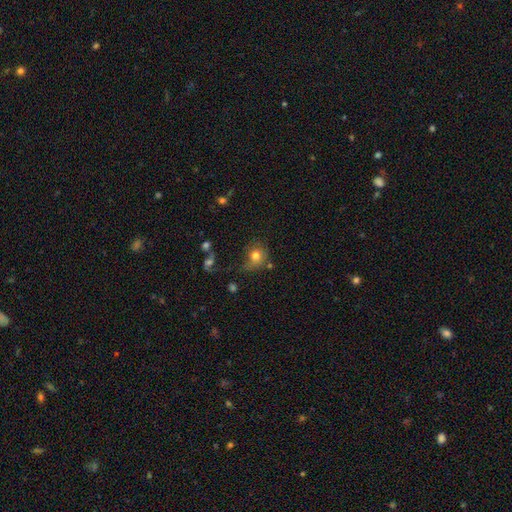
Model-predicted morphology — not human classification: The model was most divided on "merging": none: 51%, minor disturbance: 23%, major disturbance: 16%, merger: 10%. More confident: how rounded — round (76%); smooth or featured — smooth (75%).